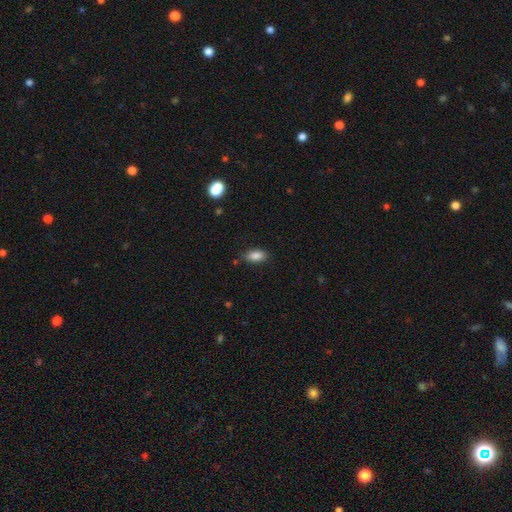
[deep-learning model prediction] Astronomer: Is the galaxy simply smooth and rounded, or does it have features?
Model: smooth — 86%.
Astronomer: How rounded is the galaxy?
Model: in between — 90%.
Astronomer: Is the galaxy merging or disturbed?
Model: none — 83%.